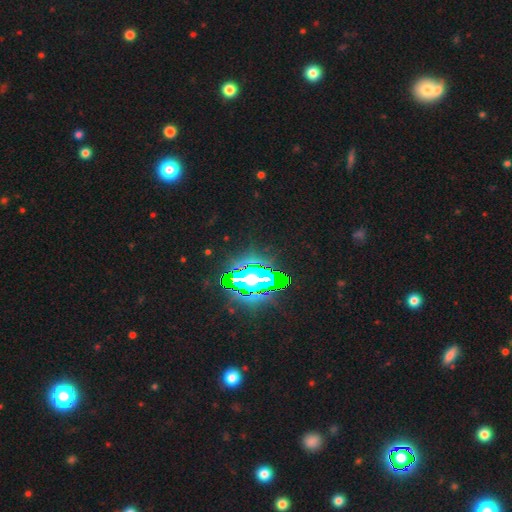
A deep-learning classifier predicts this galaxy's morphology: smooth-or-featured: star or artifact: 79% | smooth: 11% | featured or disk: 10%